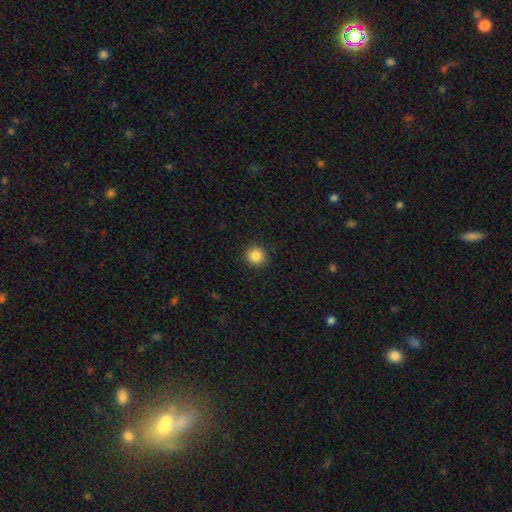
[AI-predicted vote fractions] smooth_or_featured: smooth (p=0.87) [alt: star or artifact p=0.10]
how_rounded: round (p=0.95) [alt: in between p=0.04]
merging: none (p=0.92) [alt: minor disturbance p=0.05]